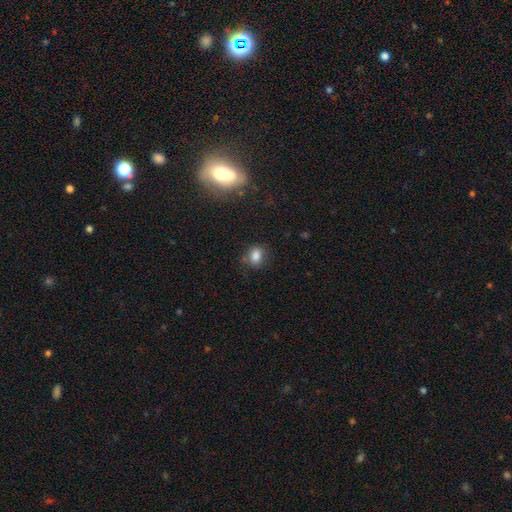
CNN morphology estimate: Q: Smooth or featured?
A: smooth (82%); runner-up: star or artifact (12%)
Q: How rounded?
A: in between (59%); runner-up: round (40%)
Q: Merging?
A: none (75%); runner-up: minor disturbance (17%)